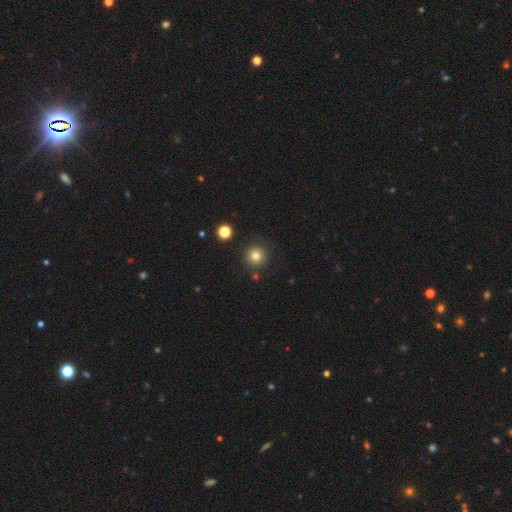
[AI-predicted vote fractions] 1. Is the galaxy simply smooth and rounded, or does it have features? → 79% smooth, 13% star or artifact, 7% featured or disk.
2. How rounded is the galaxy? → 95% round, 4% in between, 1% cigar-shaped.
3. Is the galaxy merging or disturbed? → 88% none, 7% minor disturbance, 3% merger, 2% major disturbance.